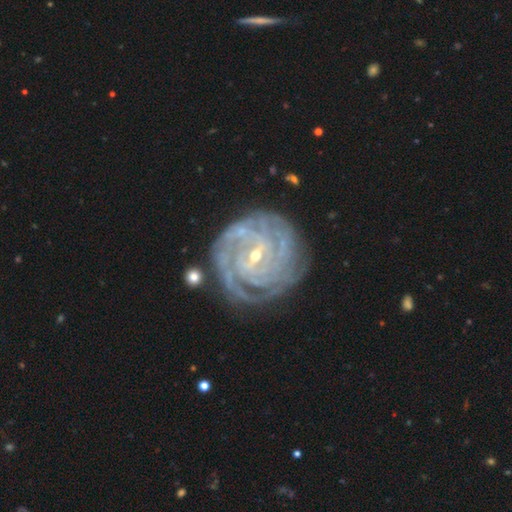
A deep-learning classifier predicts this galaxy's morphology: smooth-or-featured: featured or disk: 90% | star or artifact: 5% | smooth: 5%
  disk-edge-on: no: 97% | yes: 3%
    bar: weak: 50% | strong: 30% | no: 20%
    has-spiral-arms: yes: 98% | no: 2%
      spiral-winding: tight: 83% | medium: 15% | loose: 2%
      spiral-arm-count: 4: 28% | can't tell: 23% | 3: 17% | more than 4: 13% | 2: 12% | 1: 7%
    bulge-size: small: 66% | moderate: 30% | large: 1% | none: 1% | dominant: 1%
  merging: none: 76% | minor disturbance: 16% | major disturbance: 6% | merger: 2%